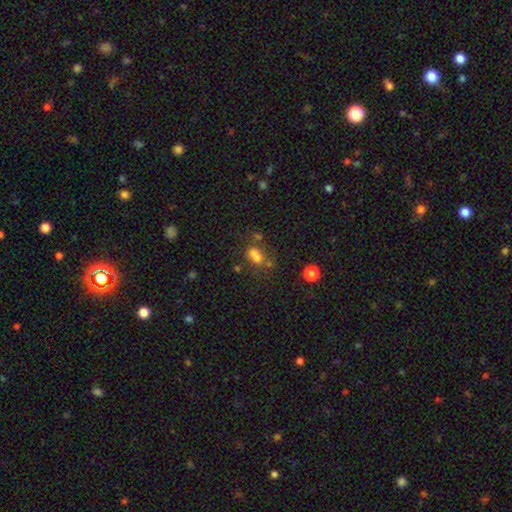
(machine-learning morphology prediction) The model was most divided on "merging": merger: 39%, none: 38%, minor disturbance: 14%, major disturbance: 9%. More confident: smooth or featured — smooth (63%); how rounded — in between (60%).